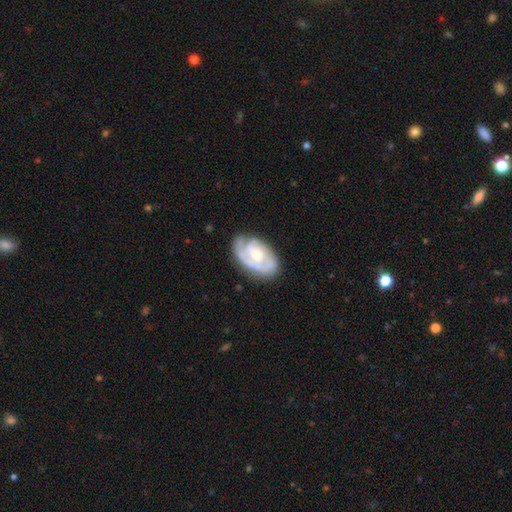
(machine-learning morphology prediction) Smooth or featured: featured or disk — 74% (smooth — 20%)
Edge-on disk: no — 96% (yes — 4%)
Bar: no — 67% (weak — 27%)
Spiral arms: yes — 84% (no — 16%)
Spiral winding: tight — 57% (medium — 33%)
Spiral arm count: 2 — 35% (can't tell — 33%)
Bulge size: small — 46% (tied with moderate — 46%)
Merging: none — 66% (minor disturbance — 23%)